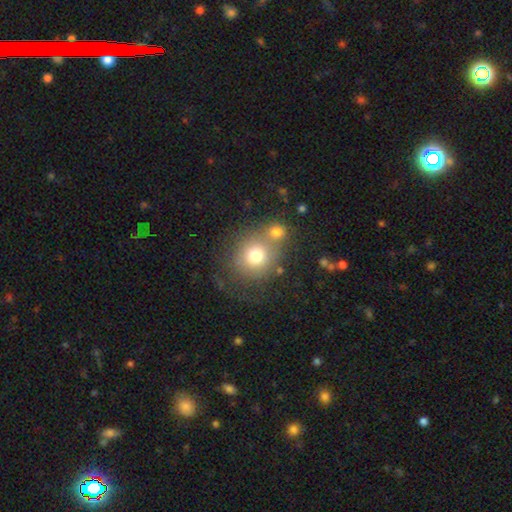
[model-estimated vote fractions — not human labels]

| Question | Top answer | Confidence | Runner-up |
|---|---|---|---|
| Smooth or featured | smooth | 72% | featured or disk (15%) |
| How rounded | round | 85% | in between (14%) |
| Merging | none | 50% | merger (32%) |